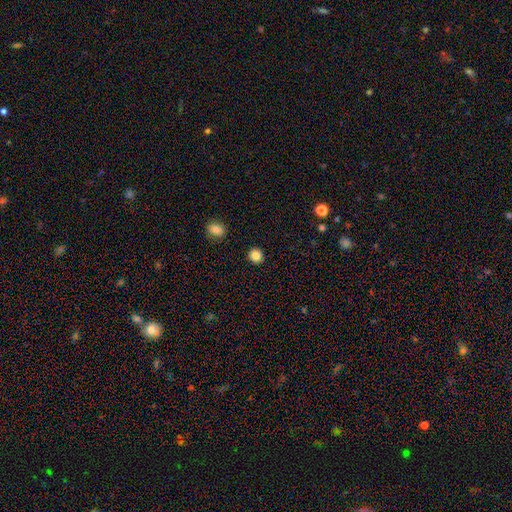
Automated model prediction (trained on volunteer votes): smooth_or_featured: smooth (p=0.86) [alt: star or artifact p=0.11]
how_rounded: round (p=0.91) [alt: in between p=0.08]
merging: none (p=0.93) [alt: minor disturbance p=0.05]